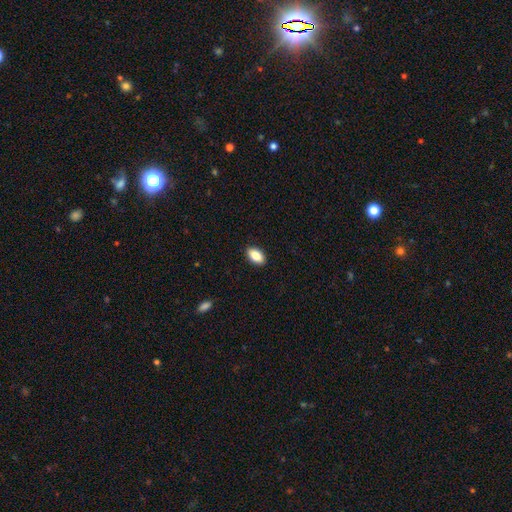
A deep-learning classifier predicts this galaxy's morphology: Smooth or featured?
  - smooth: 86% *
  - featured or disk: 7%
  - star or artifact: 7%
How rounded?
  - in between: 92% *
  - round: 5%
  - cigar-shaped: 3%
Merging?
  - none: 90% *
  - minor disturbance: 7%
  - major disturbance: 2%
  - merger: 1%